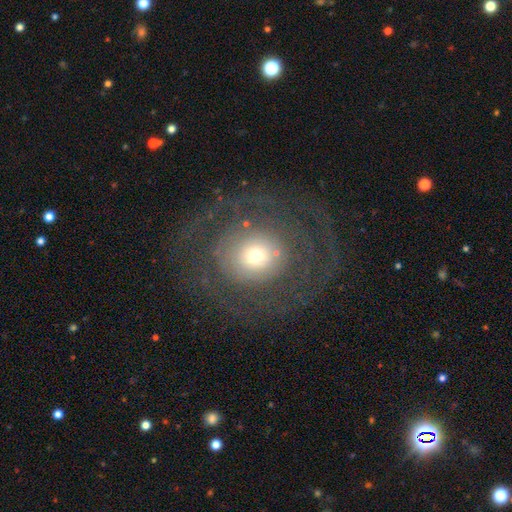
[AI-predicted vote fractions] Smooth or featured: featured or disk — 62% (smooth — 28%)
Edge-on disk: no — 96% (yes — 4%)
Bar: no — 87% (weak — 9%)
Spiral arms: yes — 69% (no — 31%)
Bulge size: small — 43% (moderate — 40%)
Merging: none — 69% (major disturbance — 17%)